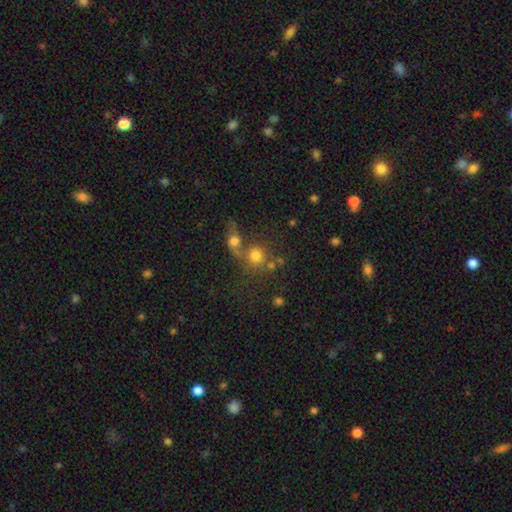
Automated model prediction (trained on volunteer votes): Morphology: type=smooth (71%); roundness=round (85%); merging=merger (48%).